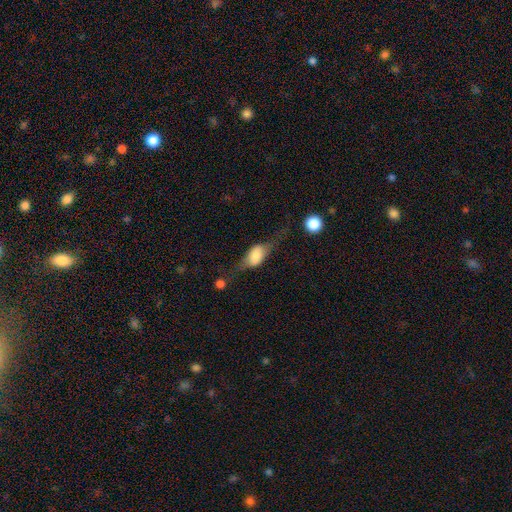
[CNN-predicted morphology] Smooth or featured: smooth — 47% (featured or disk — 45%)
Merging: none — 42% (minor disturbance — 27%)